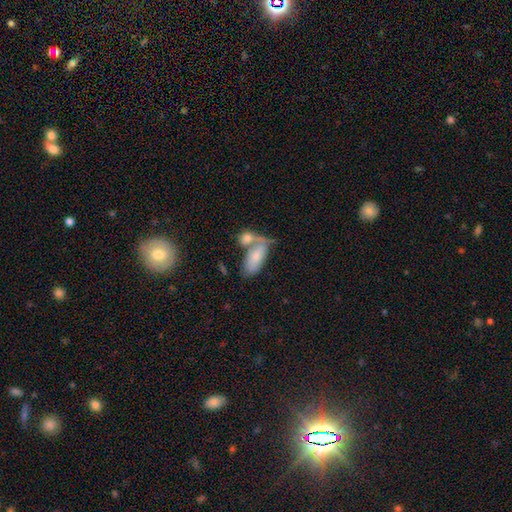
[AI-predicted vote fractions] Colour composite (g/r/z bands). It shows a smooth galaxy with no disk features (71%) that is in between round and cigar-shaped (87%). Merging: merger (47%).